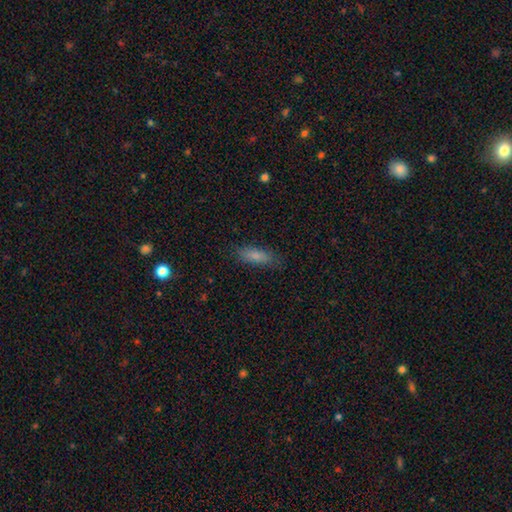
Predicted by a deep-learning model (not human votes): The model was most divided on "how rounded": in between: 56%, cigar-shaped: 42%, round: 2%. More confident: smooth or featured — smooth (82%); merging — none (81%).